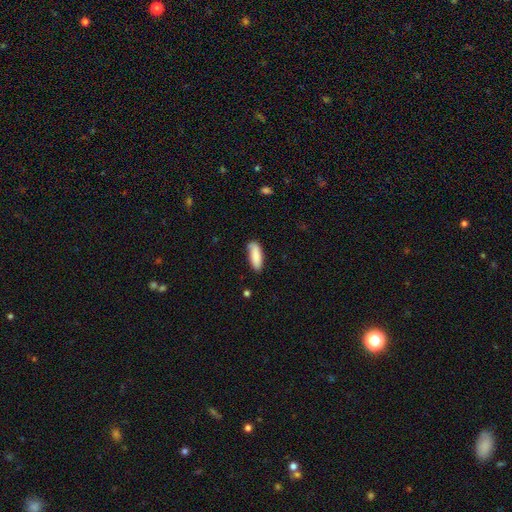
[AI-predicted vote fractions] Smooth or featured? Predicted: smooth (p=0.85). How rounded? Predicted: in between (p=0.63). Merging? Predicted: none (p=0.73).